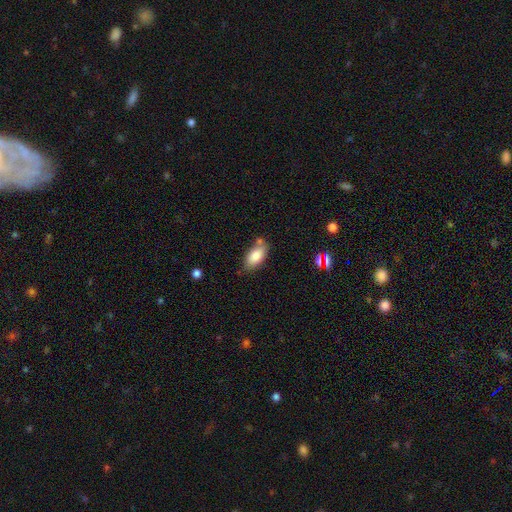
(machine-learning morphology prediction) The model was most divided on "merging": none: 65%, minor disturbance: 20%, merger: 10%, major disturbance: 4%. More confident: how rounded — in between (92%); smooth or featured — smooth (81%).